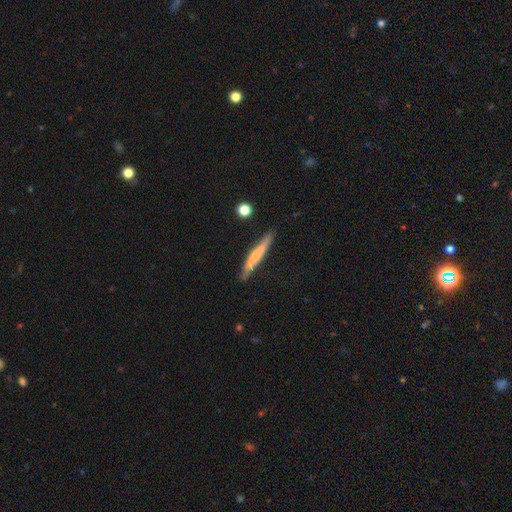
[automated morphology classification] smooth_or_featured: smooth (p=0.53) [alt: featured or disk p=0.41]
how_rounded: cigar-shaped (p=0.95) [alt: in between p=0.04]
merging: none (p=0.85) [alt: minor disturbance p=0.11]